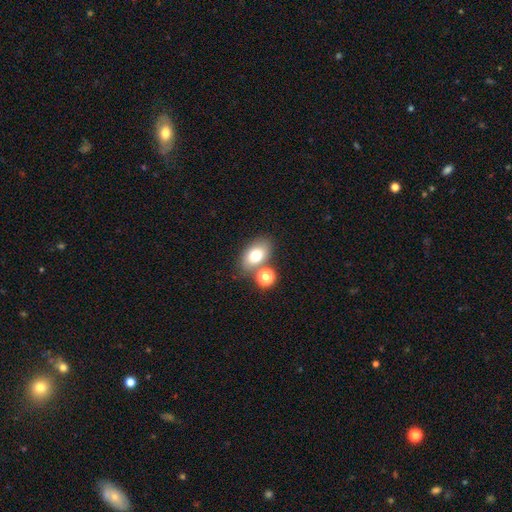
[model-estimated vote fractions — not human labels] Overall: smooth (74%). How rounded: in between (84%). Merging: none (65%).